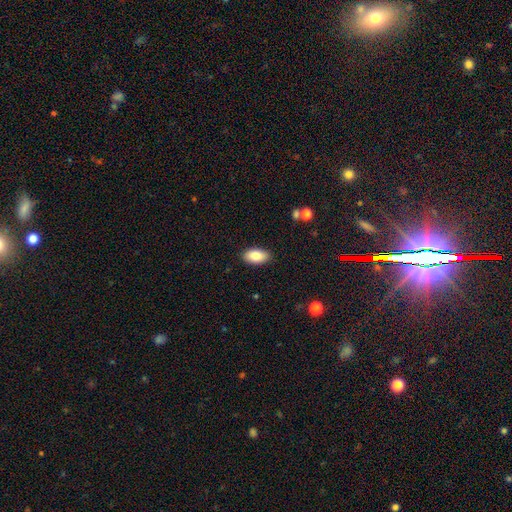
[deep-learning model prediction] Smooth or featured: smooth — 84% (featured or disk — 9%)
How rounded: in between — 94% (round — 3%)
Merging: none — 88% (minor disturbance — 9%)